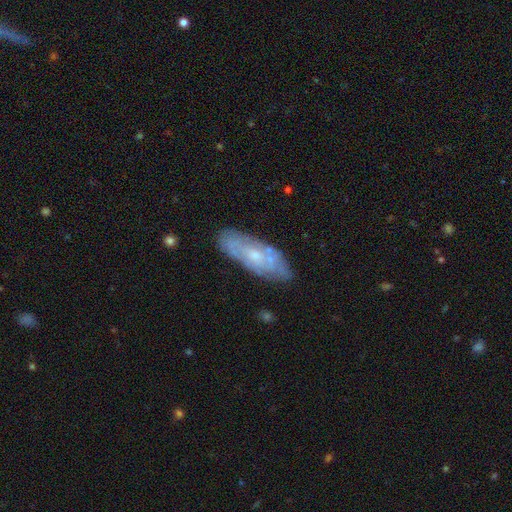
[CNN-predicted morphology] The model was most divided on "smooth or featured": featured or disk: 61%, smooth: 33%, star or artifact: 7%. More confident: edge-on disk — no (81%); merging — none (77%).